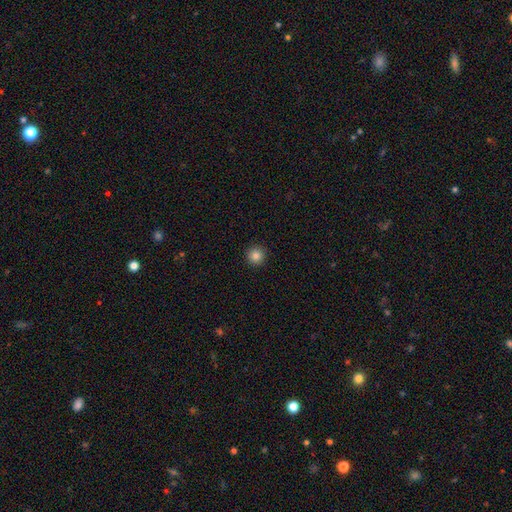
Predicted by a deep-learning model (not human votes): Overall: smooth (85%). How rounded: round (96%). Merging: none (93%).